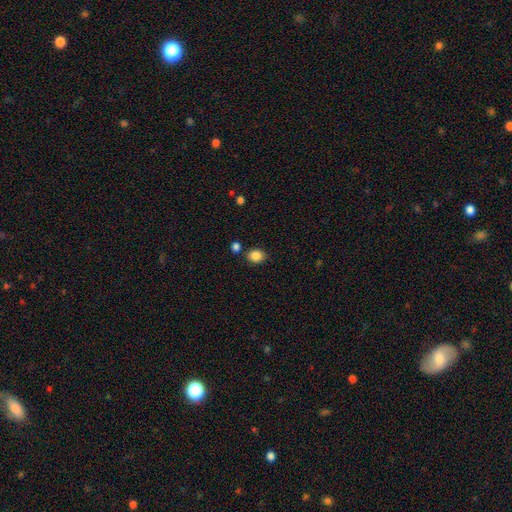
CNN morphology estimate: Overall: smooth (86%). How rounded: round (55%; in between 44%). Merging: none (80%).